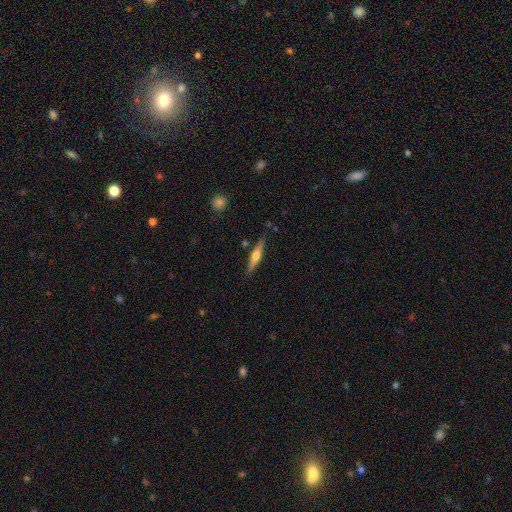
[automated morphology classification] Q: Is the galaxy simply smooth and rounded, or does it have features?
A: featured or disk — 62%.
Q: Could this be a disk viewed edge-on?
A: yes — 97%.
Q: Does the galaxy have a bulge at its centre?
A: rounded — 91%.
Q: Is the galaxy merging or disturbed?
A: none — 86%.